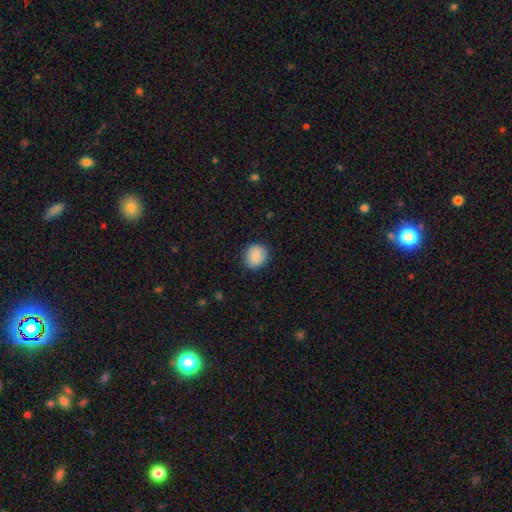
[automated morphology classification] Smooth or featured: smooth — 88% (star or artifact — 7%)
How rounded: round — 80% (in between — 19%)
Merging: none — 87% (minor disturbance — 9%)